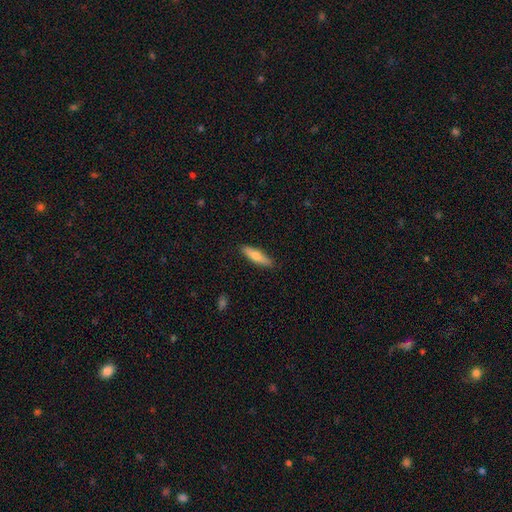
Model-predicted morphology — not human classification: Q: Smooth or featured?
A: smooth (73%); runner-up: featured or disk (21%)
Q: How rounded?
A: cigar-shaped (68%); runner-up: in between (30%)
Q: Merging?
A: none (88%); runner-up: minor disturbance (9%)